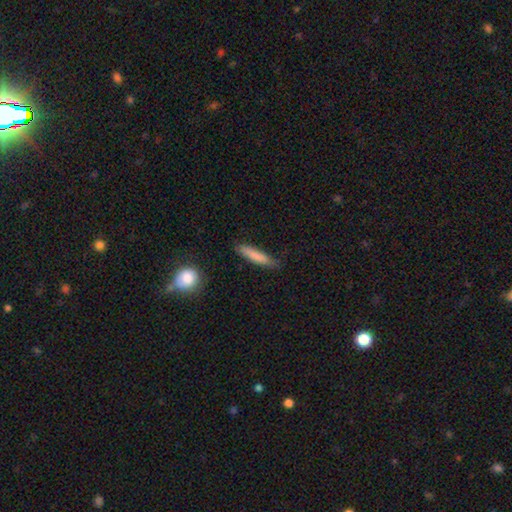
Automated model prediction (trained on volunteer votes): The model was most divided on "merging": none: 78%, minor disturbance: 17%, major disturbance: 3%, merger: 2%. More confident: how rounded — cigar-shaped (85%); smooth or featured — smooth (81%).